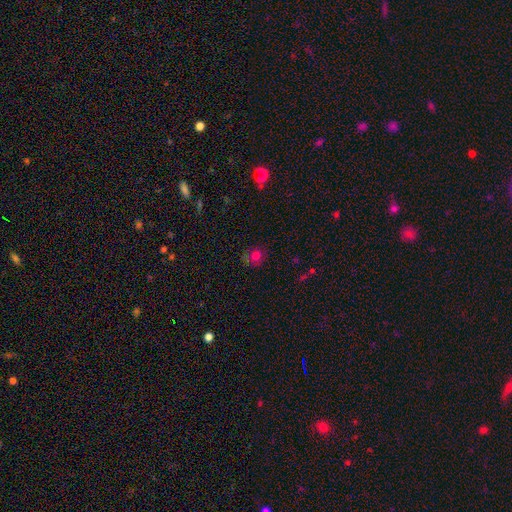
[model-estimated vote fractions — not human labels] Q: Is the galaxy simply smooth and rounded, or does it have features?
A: smooth — 70%.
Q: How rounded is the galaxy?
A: round — 77%.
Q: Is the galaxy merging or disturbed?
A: none — 70%.